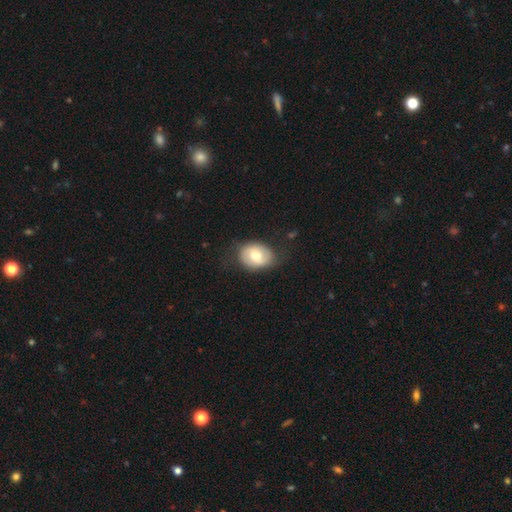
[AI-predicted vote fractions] The model was most divided on "how rounded": in between: 62%, round: 37%, cigar-shaped: 1%. More confident: merging — none (73%); smooth or featured — smooth (66%).